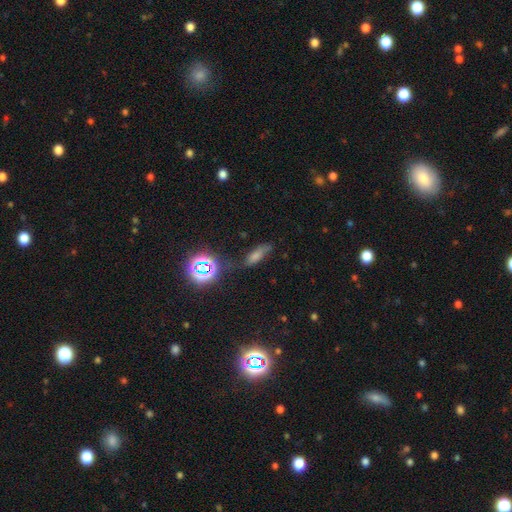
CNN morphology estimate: smooth-or-featured: smooth: 45% | star or artifact: 33% | featured or disk: 23%
  merging: none: 68% | minor disturbance: 20% | major disturbance: 8% | merger: 4%